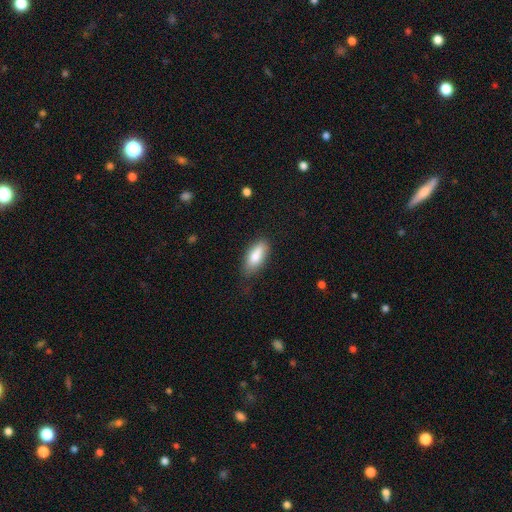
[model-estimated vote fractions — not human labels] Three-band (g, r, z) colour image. It shows a smooth galaxy with no disk features (82%) that is in between round and cigar-shaped (83%). Merging: none (72%).